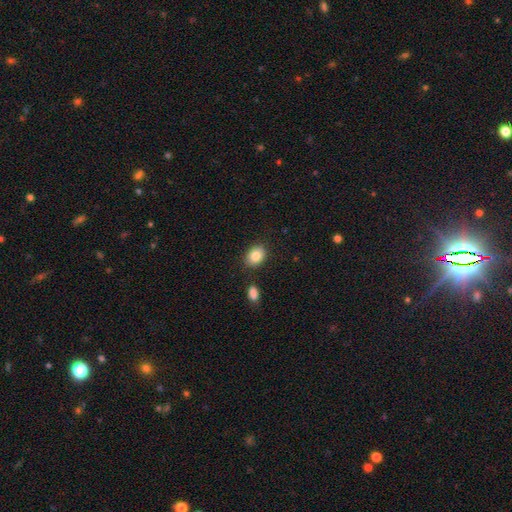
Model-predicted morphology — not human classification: Smooth or featured? Predicted: smooth (p=0.85). How rounded? Predicted: in between (p=0.64). Merging? Predicted: none (p=0.83).